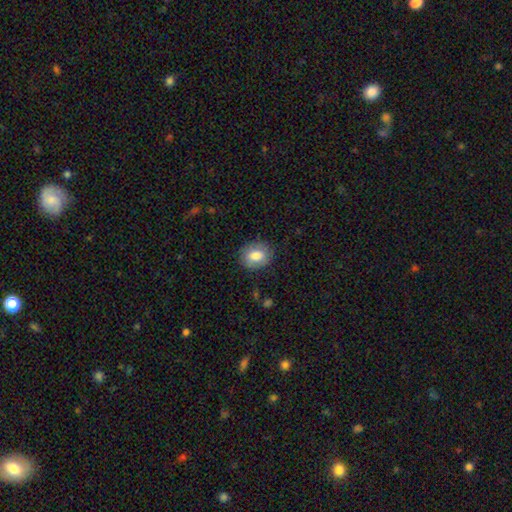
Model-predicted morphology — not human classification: Q: Smooth or featured?
A: smooth (82%); runner-up: featured or disk (11%)
Q: How rounded?
A: in between (52%); runner-up: round (47%)
Q: Merging?
A: none (82%); runner-up: minor disturbance (13%)